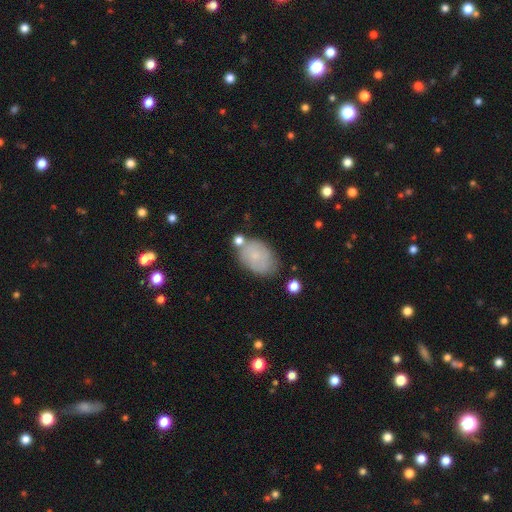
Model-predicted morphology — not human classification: This is likely a smooth galaxy (66%). How rounded: clearly in between (85%). Merging: likely none (62%).